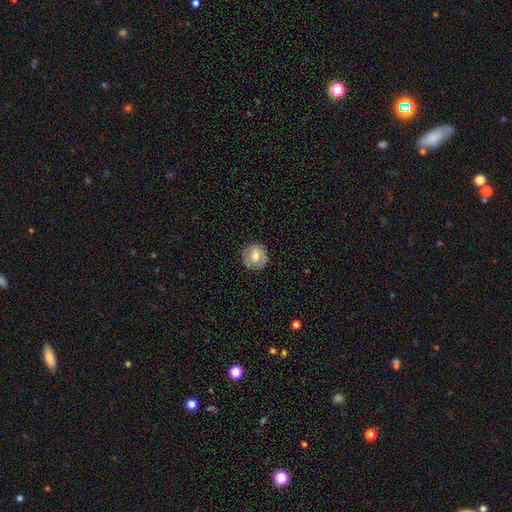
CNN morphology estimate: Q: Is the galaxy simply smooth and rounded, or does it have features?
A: smooth — 62%.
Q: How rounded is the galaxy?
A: round — 92%.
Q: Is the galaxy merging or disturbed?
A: none — 85%.